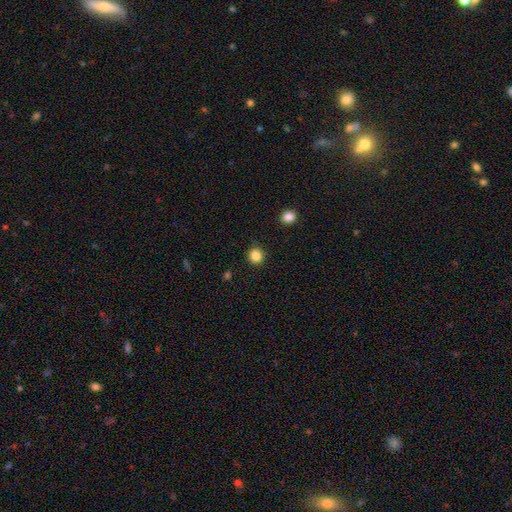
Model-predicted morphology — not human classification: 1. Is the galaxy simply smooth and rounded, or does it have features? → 85% smooth, 11% star or artifact, 3% featured or disk.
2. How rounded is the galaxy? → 91% round, 9% in between, 1% cigar-shaped.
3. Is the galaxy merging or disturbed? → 89% none, 7% minor disturbance, 2% major disturbance, 1% merger.